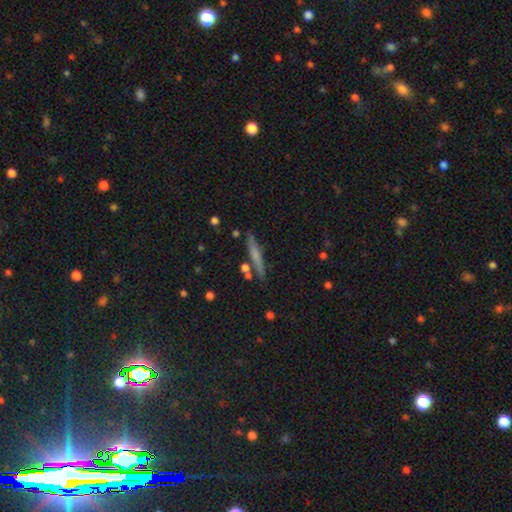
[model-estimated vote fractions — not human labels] The model was most divided on "smooth or featured": smooth: 47%, featured or disk: 44%, star or artifact: 9%. More confident: merging — none (83%).